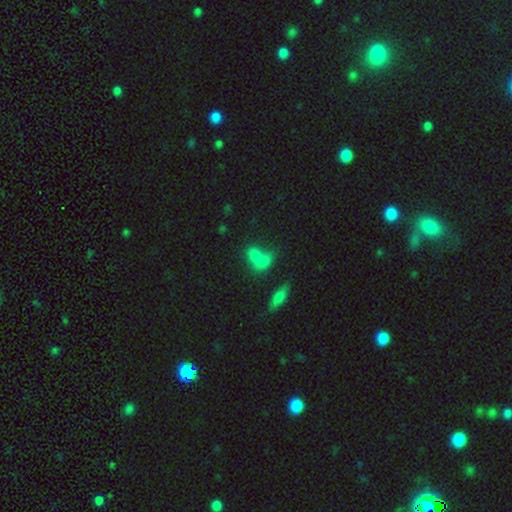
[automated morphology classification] Smooth or featured?
  - smooth: 70% *
  - featured or disk: 15%
  - star or artifact: 15%
How rounded?
  - in between: 63% *
  - round: 27%
  - cigar-shaped: 9%
Merging?
  - merger: 56% *
  - none: 28%
  - minor disturbance: 9%
  - major disturbance: 8%